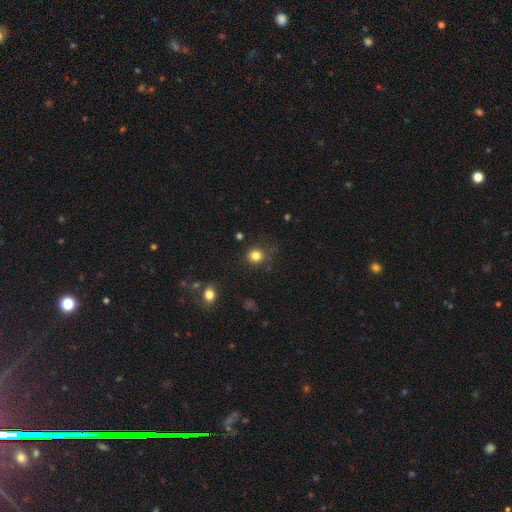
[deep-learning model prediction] Smooth or featured: smooth — 82% (star or artifact — 13%)
How rounded: round — 90% (in between — 9%)
Merging: none — 84% (minor disturbance — 10%)